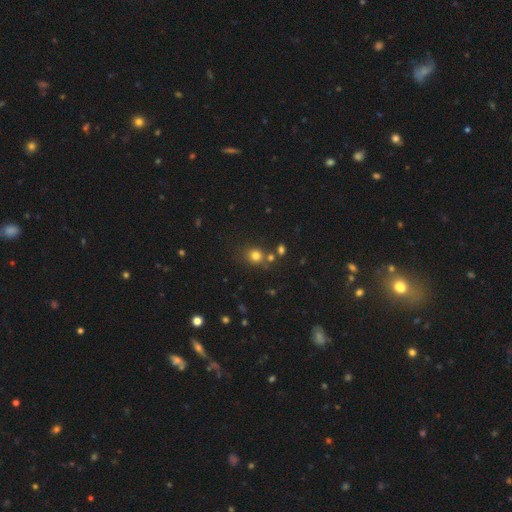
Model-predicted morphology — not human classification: Smooth or featured? smooth (77%)
How rounded? round (79%)
Merging? none (69%)